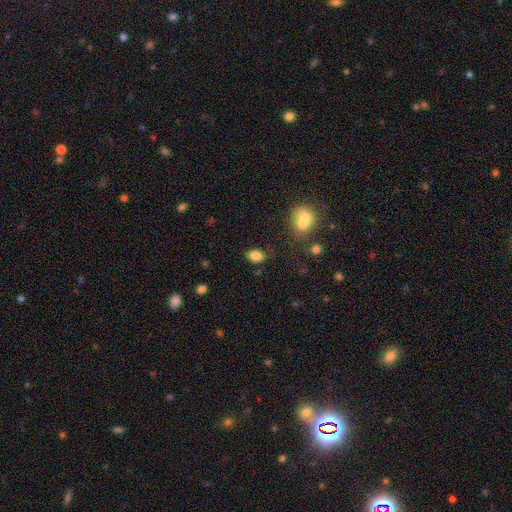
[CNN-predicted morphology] smooth_or_featured: smooth (p=0.85) [alt: star or artifact p=0.10]
how_rounded: in between (p=0.76) [alt: round p=0.23]
merging: none (p=0.79) [alt: minor disturbance p=0.14]